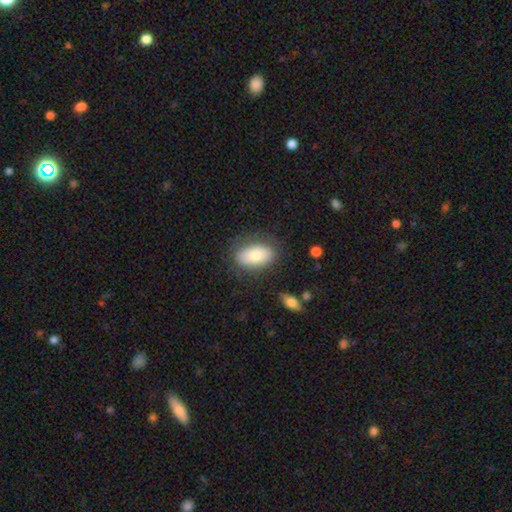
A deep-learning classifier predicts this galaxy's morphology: Overall: smooth (78%). How rounded: in between (92%). Merging: none (77%).